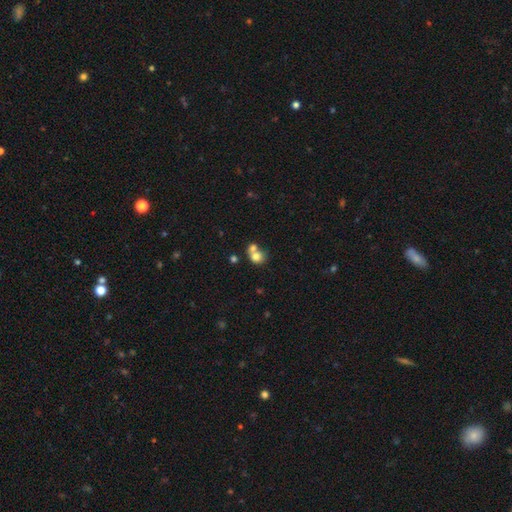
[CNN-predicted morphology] A smooth galaxy with no disk features (75%) that is round (73%). Merging: merger (59%).